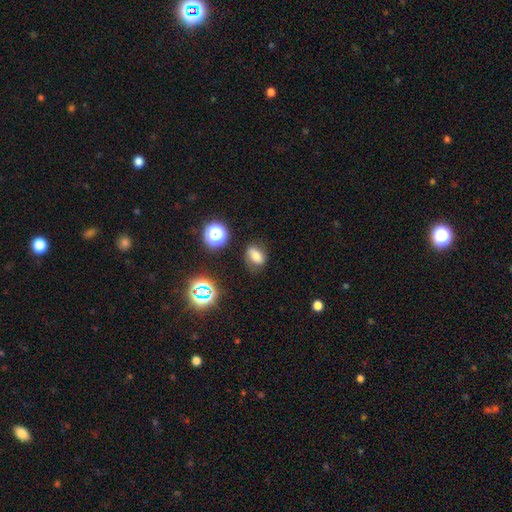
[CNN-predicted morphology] The model was most divided on "how rounded": in between: 74%, round: 24%, cigar-shaped: 3%. More confident: merging — none (74%); smooth or featured — smooth (69%).